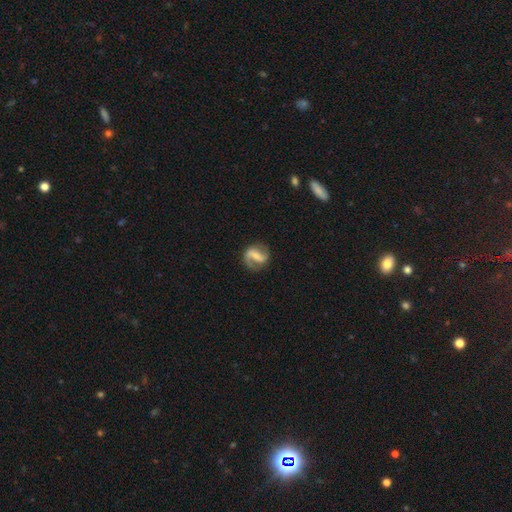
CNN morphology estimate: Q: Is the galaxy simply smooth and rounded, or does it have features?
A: featured or disk — 74%.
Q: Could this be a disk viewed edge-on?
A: no — 97%.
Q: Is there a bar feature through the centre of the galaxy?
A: strong — 50%.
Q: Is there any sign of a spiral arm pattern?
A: yes — 90%.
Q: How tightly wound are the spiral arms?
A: medium — 42%.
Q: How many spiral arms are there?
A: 2 — 82%.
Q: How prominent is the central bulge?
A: small — 38%.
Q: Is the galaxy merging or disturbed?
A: none — 72%.